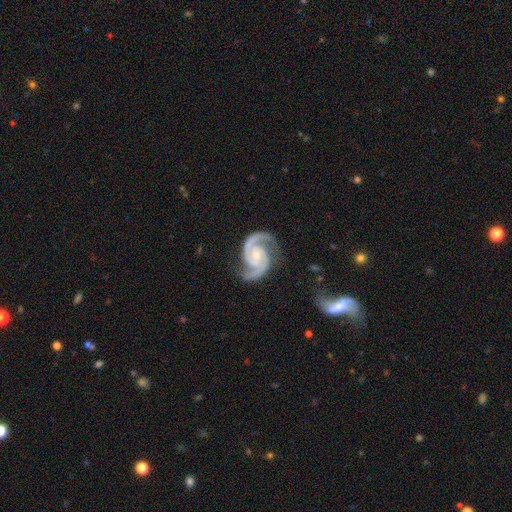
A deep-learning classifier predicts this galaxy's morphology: smooth_or_featured: featured or disk (p=0.94) [alt: star or artifact p=0.03]
disk_edge_on: no (p=0.98) [alt: yes p=0.02]
bar: no (p=0.59) [alt: weak p=0.31]
has_spiral_arms: yes (p=0.99) [alt: no p=0.01]
spiral_winding: medium (p=0.56) [alt: tight p=0.36]
spiral_arm_count: 2 (p=0.94) [alt: 3 p=0.02]
bulge_size: small (p=0.58) [alt: moderate p=0.35]
merging: none (p=0.79) [alt: minor disturbance p=0.15]